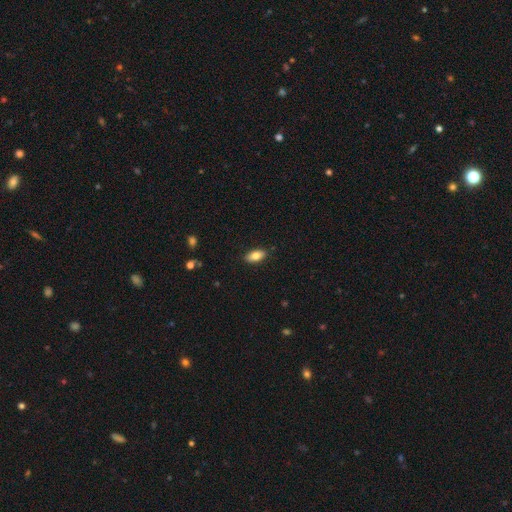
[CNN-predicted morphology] Smooth or featured: smooth — 81% (featured or disk — 12%)
How rounded: in between — 90% (cigar-shaped — 7%)
Merging: none — 88% (minor disturbance — 9%)